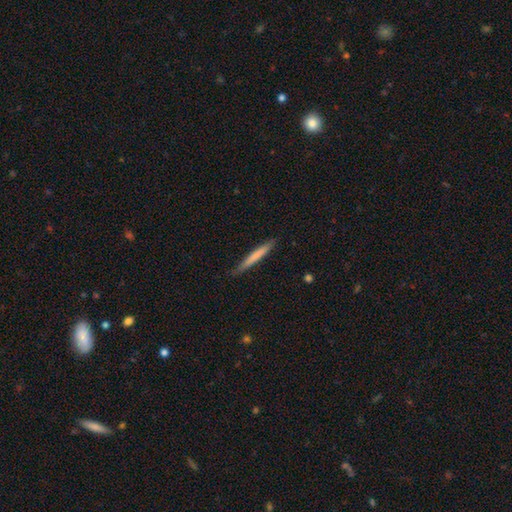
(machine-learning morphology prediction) The model was most divided on "smooth or featured": smooth: 68%, featured or disk: 27%, star or artifact: 5%. More confident: how rounded — cigar-shaped (96%); merging — none (85%).